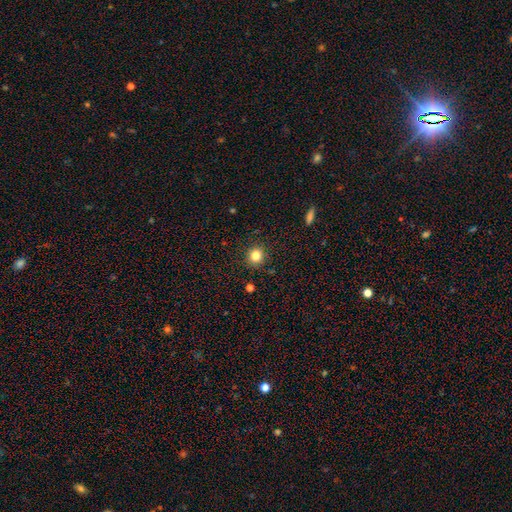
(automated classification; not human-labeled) smooth 82%, star or artifact 12%, featured or disk 6%. Down the decision tree: how rounded — round (90%); merging — none (91%).